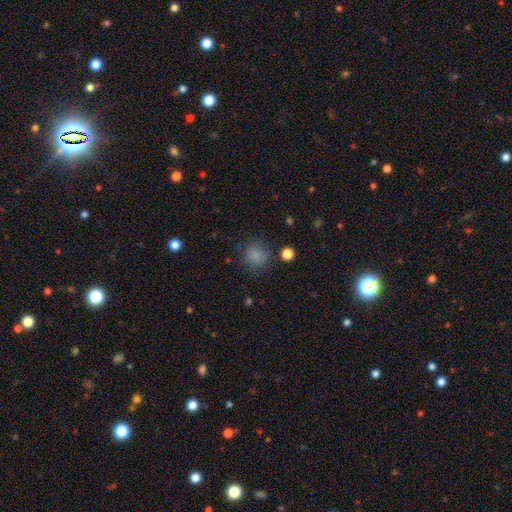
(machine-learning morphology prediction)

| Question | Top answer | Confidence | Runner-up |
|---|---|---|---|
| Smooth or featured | smooth | 83% | star or artifact (12%) |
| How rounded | round | 86% | in between (13%) |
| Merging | none | 80% | minor disturbance (12%) |